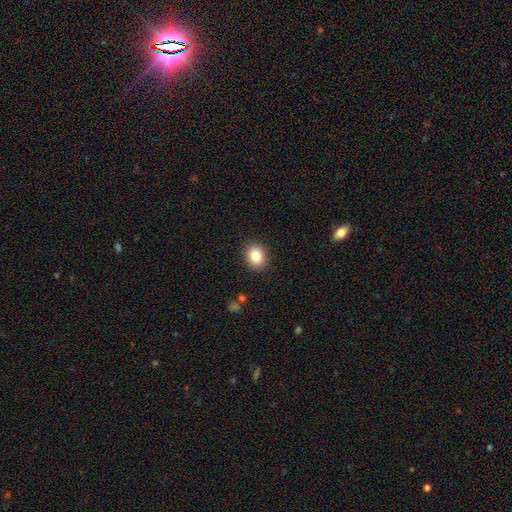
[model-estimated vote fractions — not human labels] A smooth galaxy with no disk features (85%) that is round (60%). Merging: none (89%).